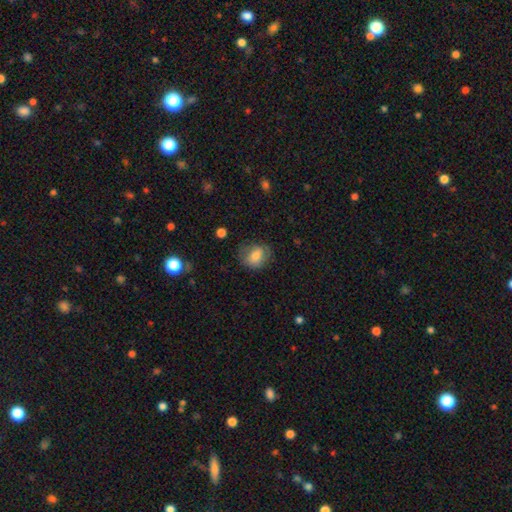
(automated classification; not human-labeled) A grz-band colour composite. It shows a smooth galaxy with no disk features (72%) that is in between round and cigar-shaped (50%). Merging: none (67%).